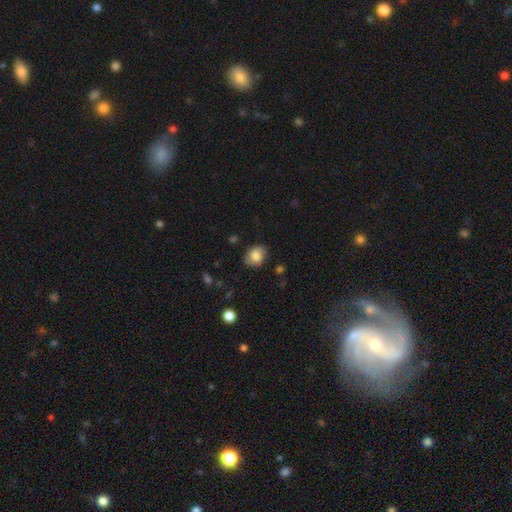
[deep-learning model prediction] Smooth or featured?
  - smooth: 79% *
  - featured or disk: 13%
  - star or artifact: 8%
How rounded?
  - in between: 59% *
  - round: 39%
  - cigar-shaped: 1%
Merging?
  - none: 79% *
  - minor disturbance: 16%
  - major disturbance: 4%
  - merger: 1%